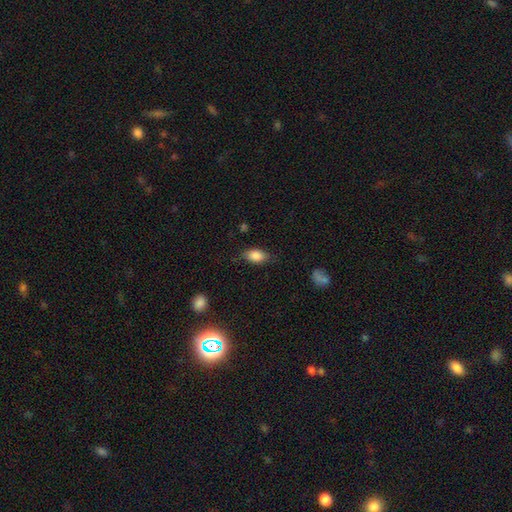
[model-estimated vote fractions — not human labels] smooth_or_featured: smooth (p=0.85) [alt: star or artifact p=0.08]
how_rounded: in between (p=0.89) [alt: round p=0.07]
merging: none (p=0.76) [alt: minor disturbance p=0.18]